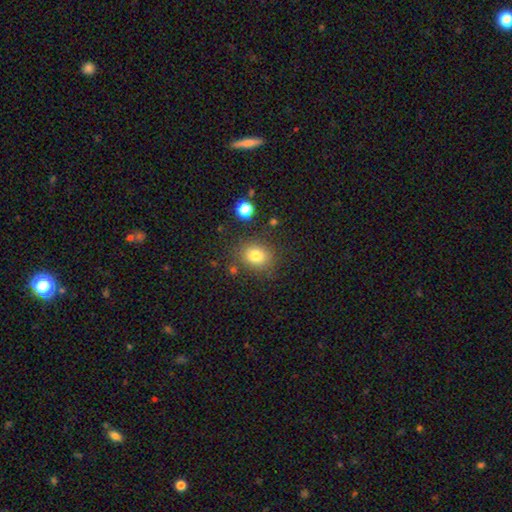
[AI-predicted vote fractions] Morphology: type=smooth (80%); roundness=round (60%); merging=none (78%).